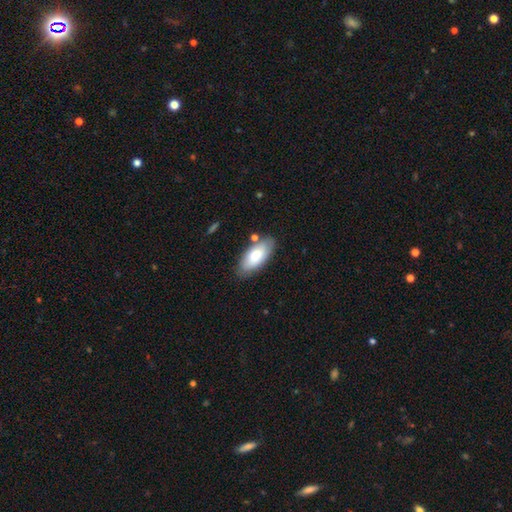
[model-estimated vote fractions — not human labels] Smooth or featured? smooth (79%)
How rounded? in between (88%)
Merging? none (78%)